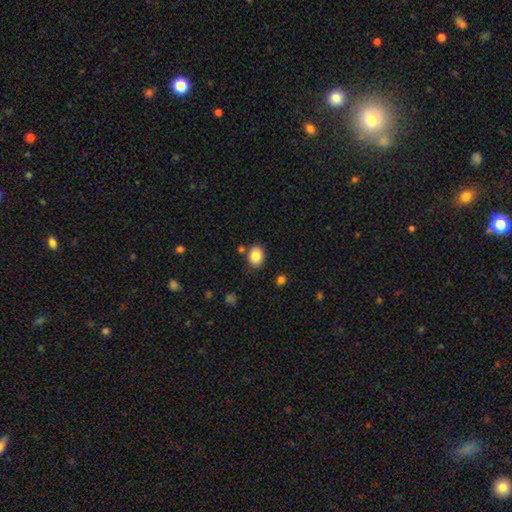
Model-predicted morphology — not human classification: Smooth or featured? Predicted: smooth (p=0.85). How rounded? Predicted: round (p=0.53). Merging? Predicted: none (p=0.78).